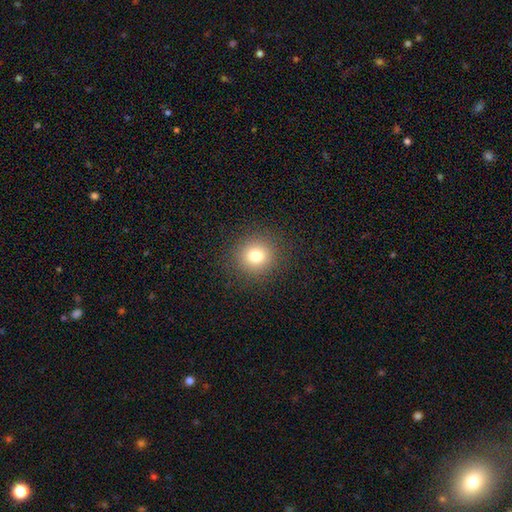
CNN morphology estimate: smooth_or_featured: smooth (p=0.77) [alt: star or artifact p=0.15]
how_rounded: round (p=0.92) [alt: in between p=0.07]
merging: none (p=0.90) [alt: minor disturbance p=0.06]